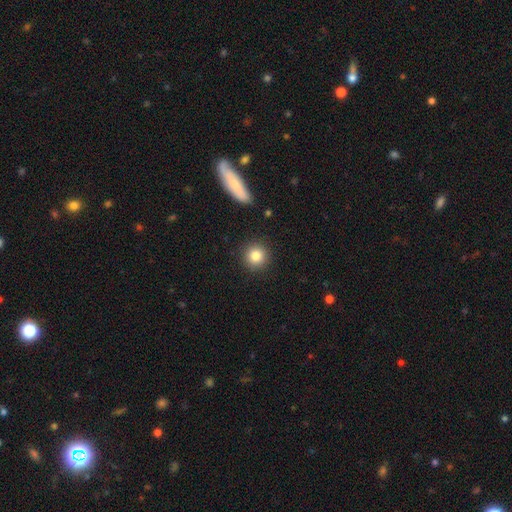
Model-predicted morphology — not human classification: smooth-or-featured: smooth: 83% | star or artifact: 10% | featured or disk: 7%
  how-rounded: round: 93% | in between: 6% | cigar-shaped: 1%
  merging: none: 91% | minor disturbance: 6% | major disturbance: 2% | merger: 1%